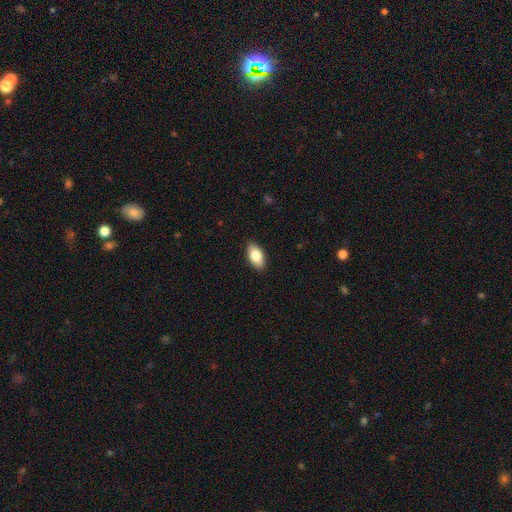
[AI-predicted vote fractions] Smooth or featured: smooth — 82% (featured or disk — 11%)
How rounded: in between — 92% (cigar-shaped — 5%)
Merging: none — 89% (minor disturbance — 8%)